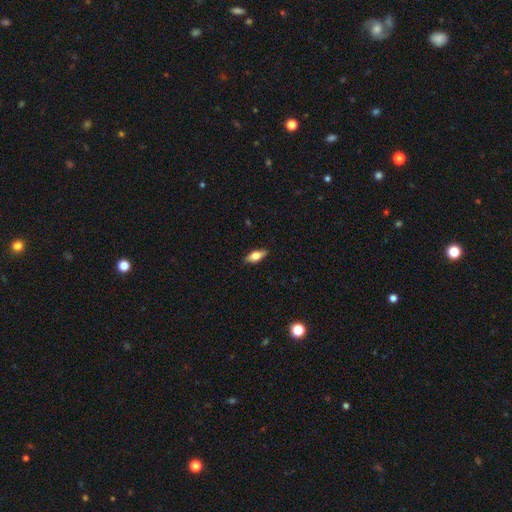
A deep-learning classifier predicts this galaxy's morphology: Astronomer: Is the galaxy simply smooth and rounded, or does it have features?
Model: smooth — 61%.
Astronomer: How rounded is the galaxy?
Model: in between — 74%.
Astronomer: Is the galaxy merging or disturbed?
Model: none — 87%.